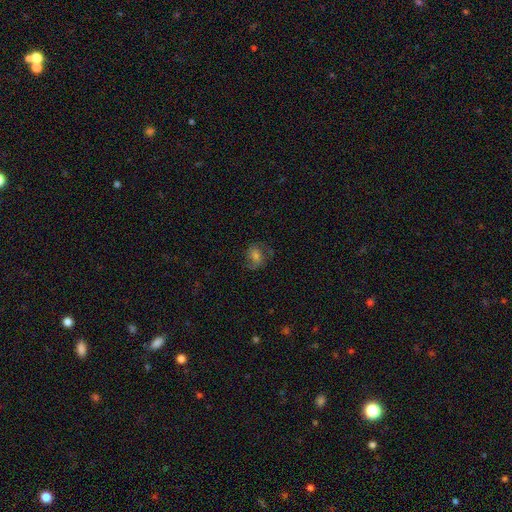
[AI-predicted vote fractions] featured or disk 44%, smooth 42%, star or artifact 14%. Down the decision tree: merging — none (67%).